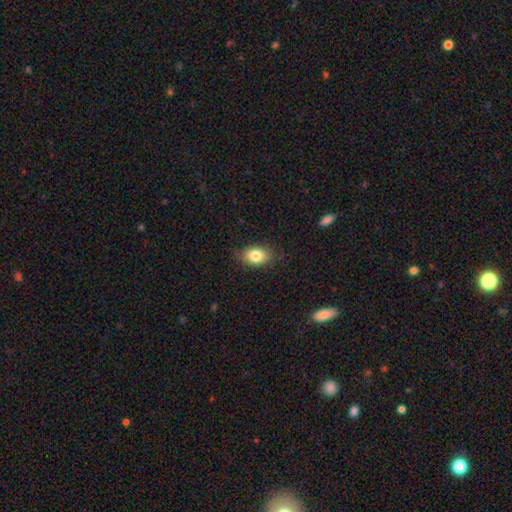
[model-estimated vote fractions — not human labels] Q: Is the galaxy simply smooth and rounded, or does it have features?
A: smooth — 82%.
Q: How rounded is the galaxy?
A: in between — 80%.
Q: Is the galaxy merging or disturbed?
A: none — 82%.